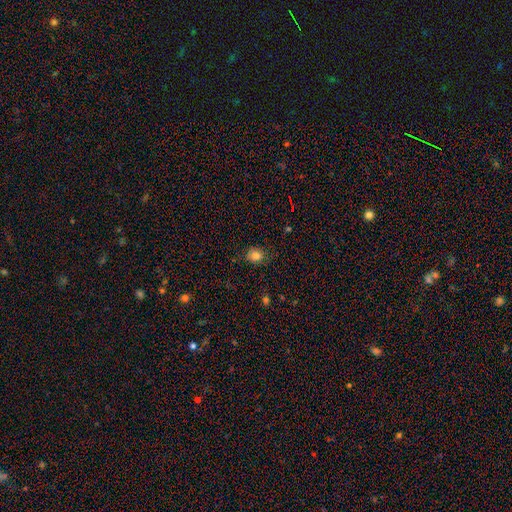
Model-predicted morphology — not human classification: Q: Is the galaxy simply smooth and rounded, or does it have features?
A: smooth — 82%.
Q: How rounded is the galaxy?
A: round — 67%.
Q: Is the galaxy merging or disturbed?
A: none — 83%.